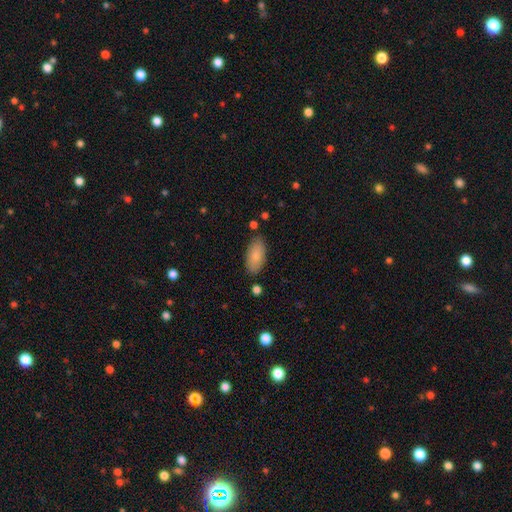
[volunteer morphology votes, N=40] This is clearly a smooth galaxy (88%). How rounded: clearly in between (91%). Merging: likely none (70%).